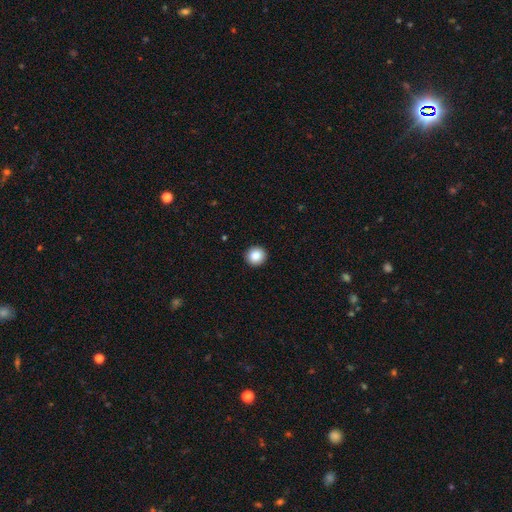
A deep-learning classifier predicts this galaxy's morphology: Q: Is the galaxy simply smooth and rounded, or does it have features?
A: smooth — 87%.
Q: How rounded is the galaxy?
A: round — 94%.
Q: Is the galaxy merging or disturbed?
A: none — 93%.